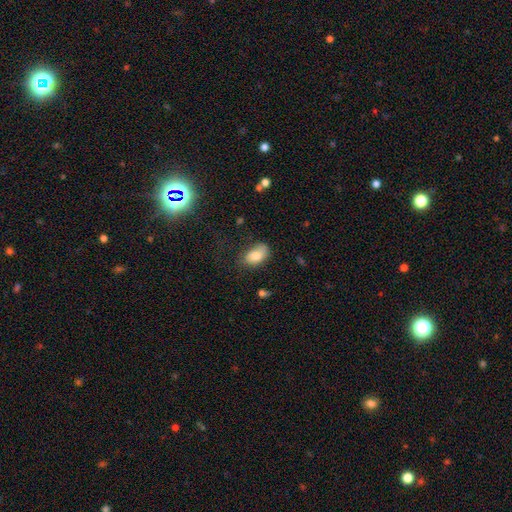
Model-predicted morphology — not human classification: smooth 81%, featured or disk 11%, star or artifact 8%. Down the decision tree: how rounded — in between (91%); merging — none (59%).